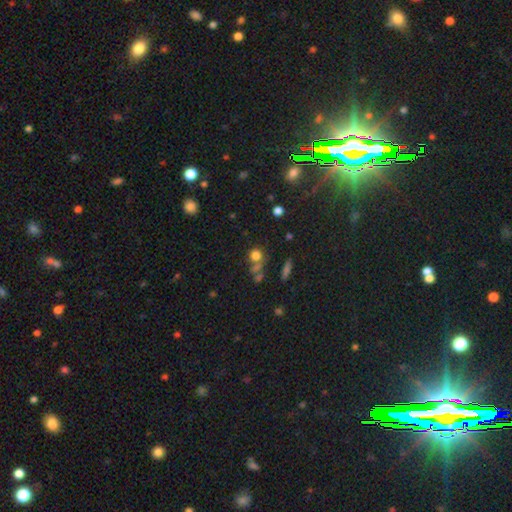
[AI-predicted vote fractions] This appears to be a smooth galaxy with no disk features (71%) that is round (84%). Merging: none (57%).